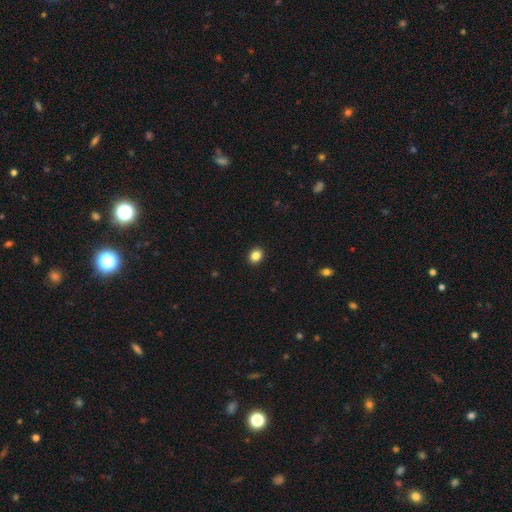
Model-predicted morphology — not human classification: Smooth or featured: smooth — 86% (star or artifact — 10%)
How rounded: round — 63% (in between — 36%)
Merging: none — 92% (minor disturbance — 5%)